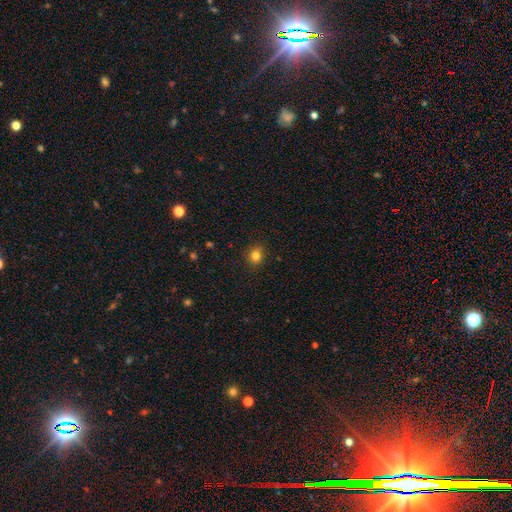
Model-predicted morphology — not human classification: smooth-or-featured: smooth: 82% | star or artifact: 13% | featured or disk: 5%
  how-rounded: round: 80% | in between: 19% | cigar-shaped: 1%
  merging: none: 89% | minor disturbance: 8% | major disturbance: 2% | merger: 1%